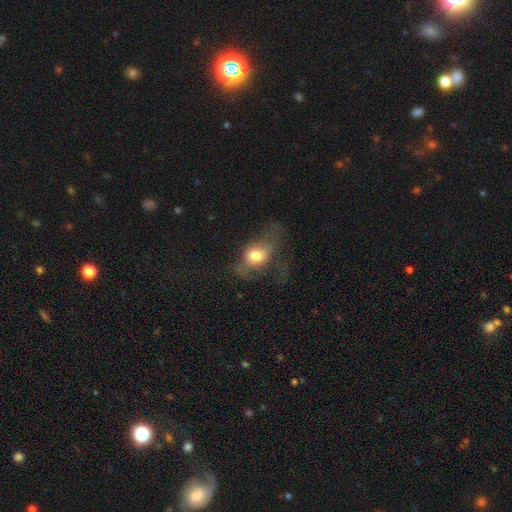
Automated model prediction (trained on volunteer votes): Overall: smooth (61%; featured or disk 29%). How rounded: in between (67%; round 29%). Merging: major disturbance (50%; none 27%).